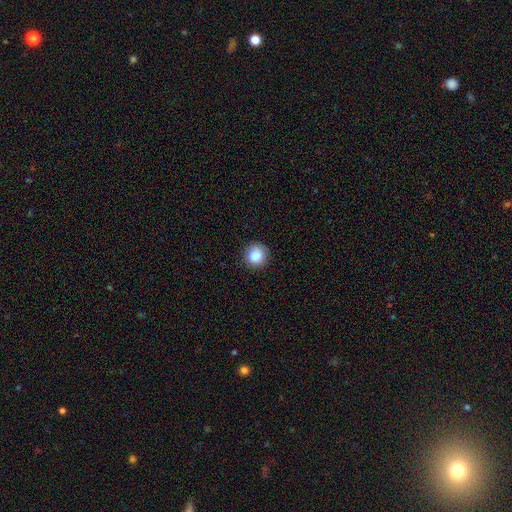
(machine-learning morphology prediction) Smooth or featured: smooth — 87% (star or artifact — 9%)
How rounded: round — 90% (in between — 9%)
Merging: none — 87% (minor disturbance — 10%)